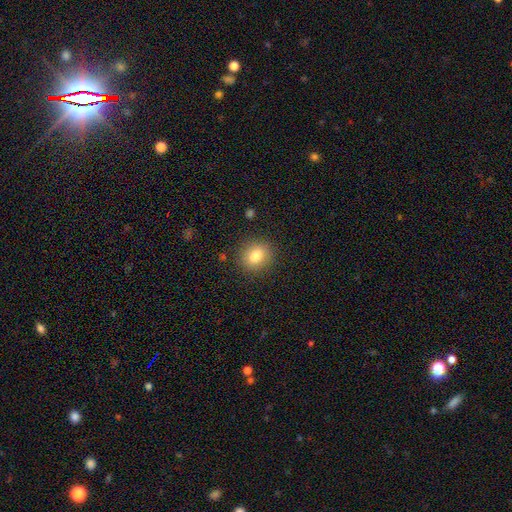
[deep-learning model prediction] Morphology: type=smooth (80%); roundness=round (70%); merging=none (88%).